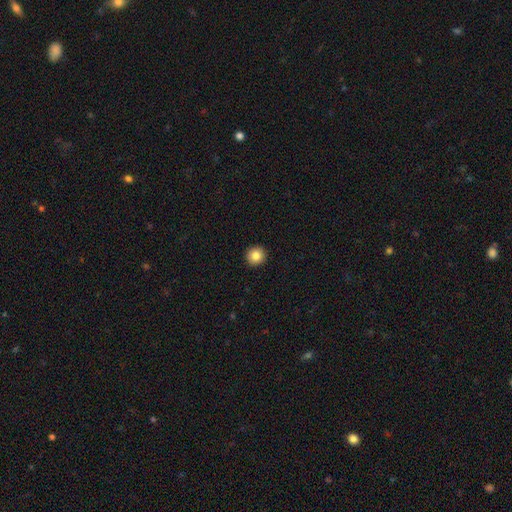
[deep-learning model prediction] Smooth or featured? Predicted: smooth (p=0.85). How rounded? Predicted: round (p=0.94). Merging? Predicted: none (p=0.94).